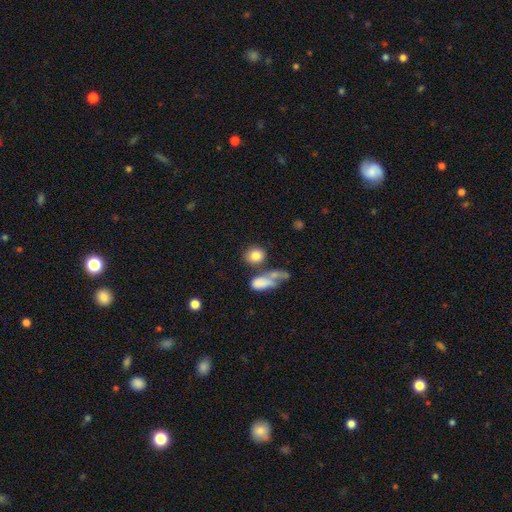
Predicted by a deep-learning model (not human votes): This is clearly a smooth galaxy (81%). How rounded: likely round (68%). Merging: likely none (60%).